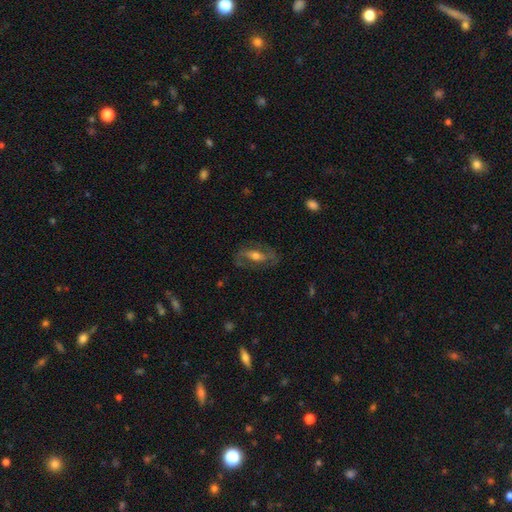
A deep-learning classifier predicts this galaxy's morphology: smooth_or_featured: featured or disk (p=0.66) [alt: smooth p=0.27]
disk_edge_on: no (p=0.85) [alt: yes p=0.15]
bar: strong (p=0.36) [alt: no p=0.32]
has_spiral_arms: yes (p=0.75) [alt: no p=0.25]
bulge_size: moderate (p=0.64) [alt: small p=0.20]
merging: none (p=0.73) [alt: minor disturbance p=0.15]